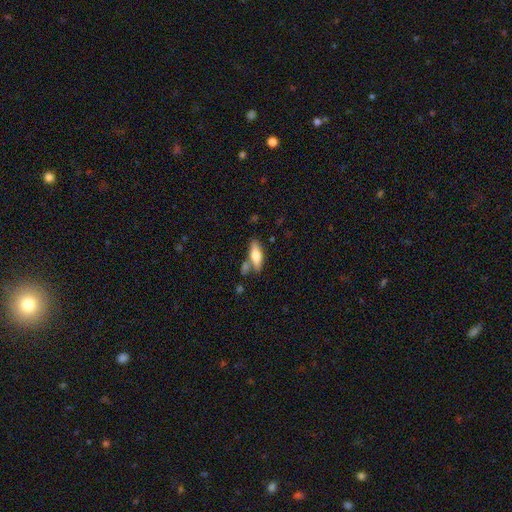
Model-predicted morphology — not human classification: smooth_or_featured: smooth (p=0.62) [alt: featured or disk p=0.32]
how_rounded: in between (p=0.54) [alt: cigar-shaped p=0.43]
merging: none (p=0.65) [alt: merger p=0.16]